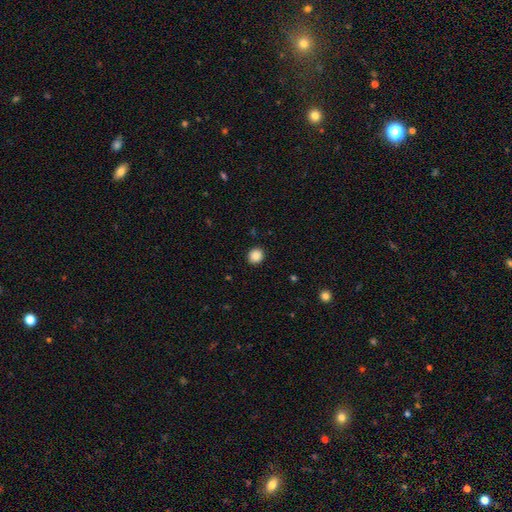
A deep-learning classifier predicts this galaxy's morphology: This appears to be a smooth galaxy with no disk features (87%) that is round (83%). Merging: none (92%).